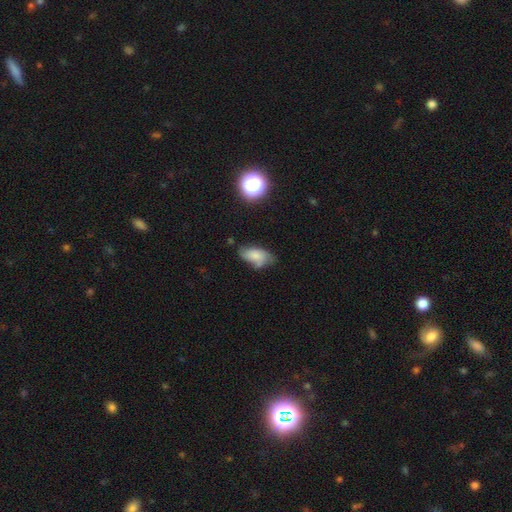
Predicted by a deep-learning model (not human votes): smooth-or-featured: smooth: 65% | featured or disk: 24% | star or artifact: 11%
  how-rounded: in between: 90% | round: 5% | cigar-shaped: 5%
  merging: none: 48% | minor disturbance: 34% | major disturbance: 13% | merger: 5%